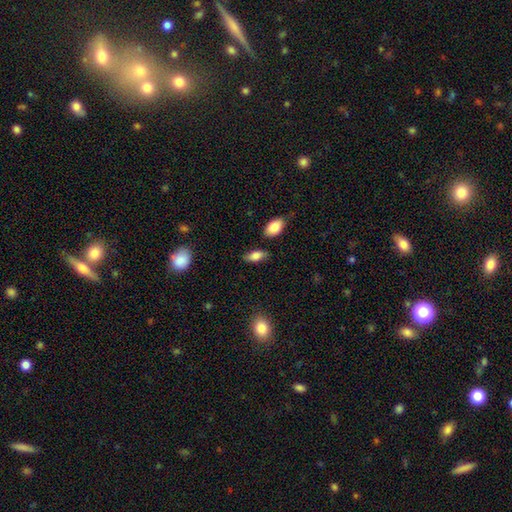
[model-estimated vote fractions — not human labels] smooth_or_featured: smooth (p=0.79) [alt: featured or disk p=0.14]
how_rounded: in between (p=0.86) [alt: cigar-shaped p=0.10]
merging: none (p=0.78) [alt: minor disturbance p=0.15]